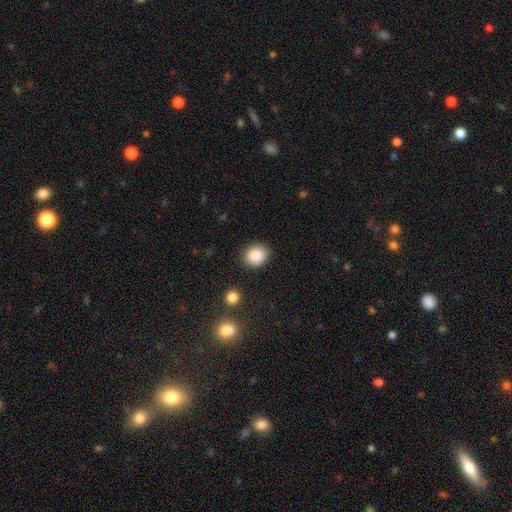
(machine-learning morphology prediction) Overall: smooth (88%). How rounded: round (66%; in between 33%). Merging: none (87%).